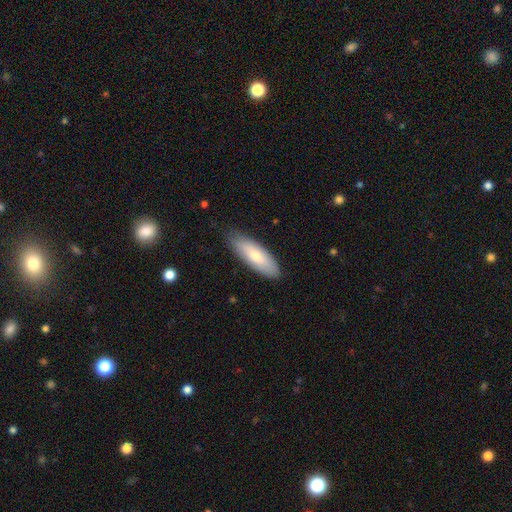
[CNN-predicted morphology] smooth_or_featured: smooth (p=0.75) [alt: featured or disk p=0.20]
how_rounded: in between (p=0.63) [alt: cigar-shaped p=0.35]
merging: none (p=0.83) [alt: minor disturbance p=0.13]